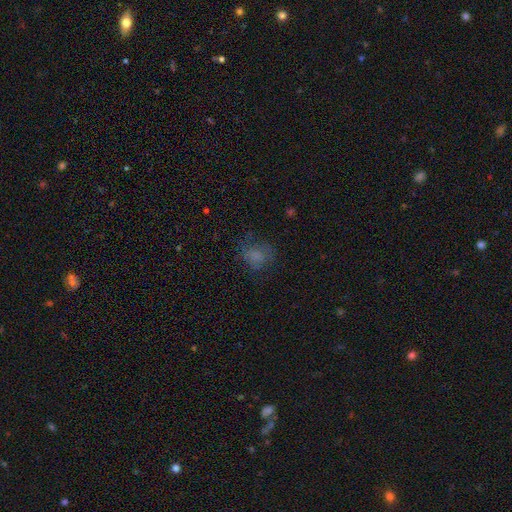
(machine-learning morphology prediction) Overall: smooth (69%). How rounded: round (59%; in between 40%). Merging: none (60%; minor disturbance 21%).